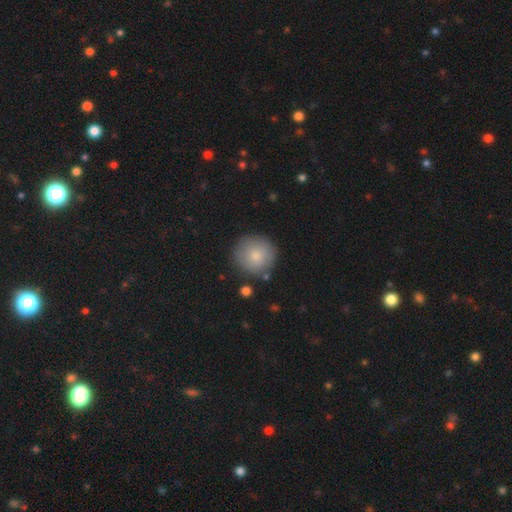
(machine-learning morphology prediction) Smooth or featured: smooth — 83% (featured or disk — 10%)
How rounded: round — 94% (in between — 5%)
Merging: none — 83% (minor disturbance — 11%)